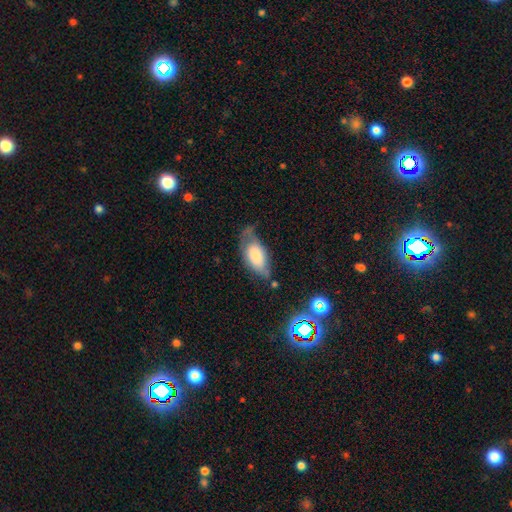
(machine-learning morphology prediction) smooth-or-featured: smooth: 69% | featured or disk: 24% | star or artifact: 7%
  how-rounded: in between: 91% | cigar-shaped: 6% | round: 3%
  merging: none: 38% | minor disturbance: 37% | major disturbance: 19% | merger: 5%